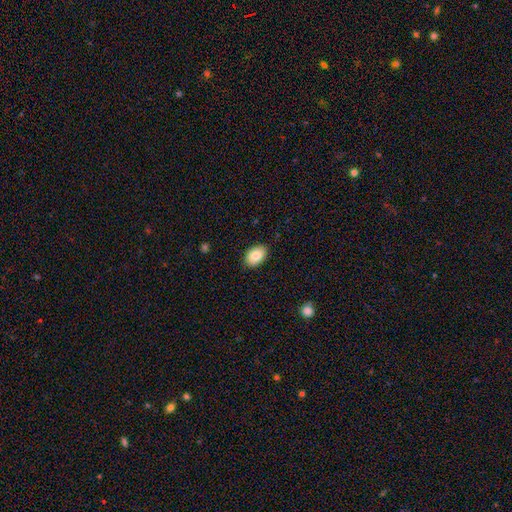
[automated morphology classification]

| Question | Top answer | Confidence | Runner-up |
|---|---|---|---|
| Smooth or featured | smooth | 86% | featured or disk (7%) |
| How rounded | in between | 87% | round (11%) |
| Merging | none | 86% | minor disturbance (11%) |